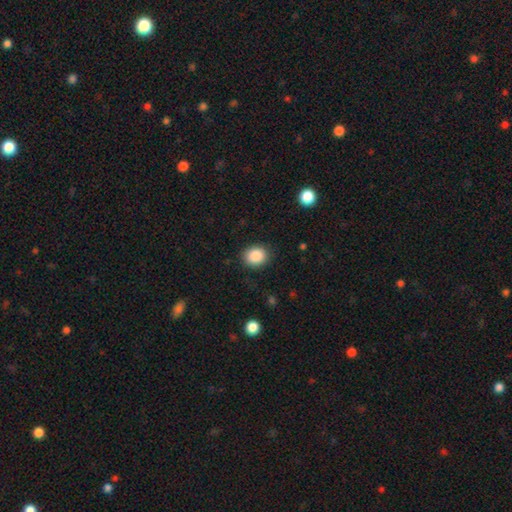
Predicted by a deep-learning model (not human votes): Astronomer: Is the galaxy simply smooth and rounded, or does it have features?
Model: smooth — 87%.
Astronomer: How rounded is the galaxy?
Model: round — 64%.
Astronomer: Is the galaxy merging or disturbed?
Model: none — 87%.